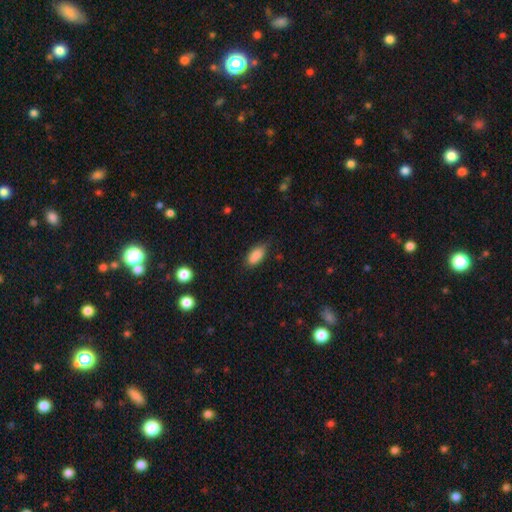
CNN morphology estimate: Smooth or featured? Predicted: smooth (p=0.81). How rounded? Predicted: in between (p=0.88). Merging? Predicted: none (p=0.60).